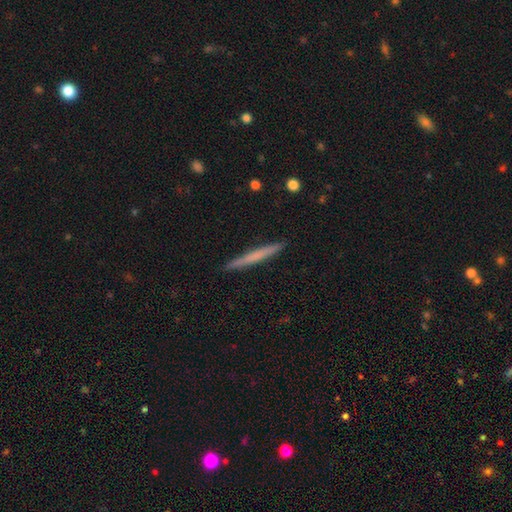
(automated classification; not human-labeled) Smooth or featured: smooth — 57% (featured or disk — 37%)
How rounded: cigar-shaped — 97% (in between — 2%)
Merging: none — 92% (minor disturbance — 6%)